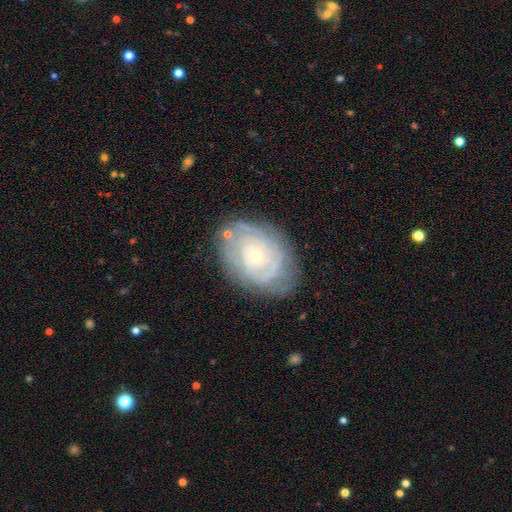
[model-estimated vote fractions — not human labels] smooth-or-featured: featured or disk: 76% | smooth: 18% | star or artifact: 7%
  disk-edge-on: no: 96% | yes: 4%
    bar: no: 82% | weak: 15% | strong: 3%
    has-spiral-arms: yes: 82% | no: 18%
      spiral-winding: tight: 77% | medium: 18% | loose: 5%
      spiral-arm-count: can't tell: 54% | 2: 16% | 3: 11% | 4: 9% | more than 4: 5% | 1: 5%
    bulge-size: small: 71% | moderate: 25% | large: 2% | none: 1% | dominant: 1%
  merging: none: 72% | minor disturbance: 19% | major disturbance: 7% | merger: 2%